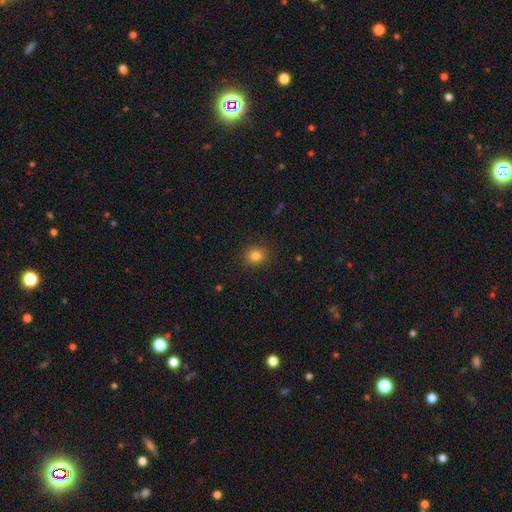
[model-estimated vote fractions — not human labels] The model was most divided on "how rounded": round: 80%, in between: 19%, cigar-shaped: 1%. More confident: merging — none (89%); smooth or featured — smooth (83%).